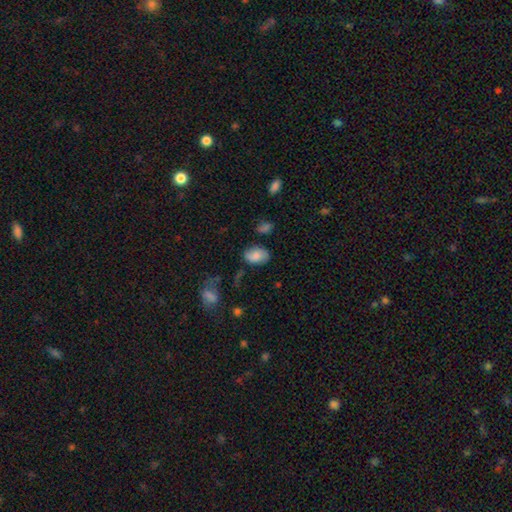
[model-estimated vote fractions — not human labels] The model was most divided on "merging": none: 71%, minor disturbance: 20%, major disturbance: 6%, merger: 3%. More confident: how rounded — in between (87%); smooth or featured — smooth (76%).